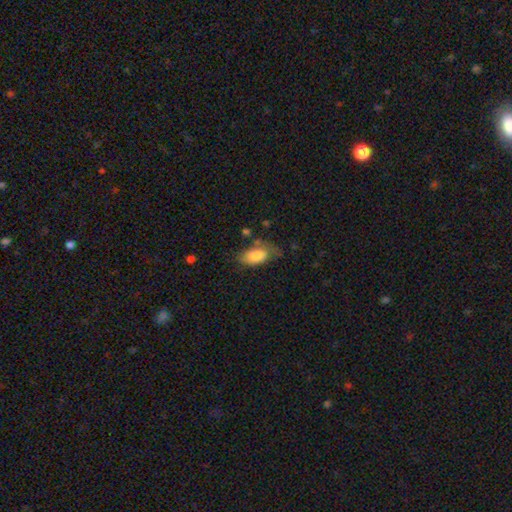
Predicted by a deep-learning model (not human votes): smooth-or-featured: smooth: 78% | featured or disk: 15% | star or artifact: 7%
  how-rounded: in between: 93% | round: 4% | cigar-shaped: 3%
  merging: none: 47% | minor disturbance: 32% | major disturbance: 16% | merger: 5%